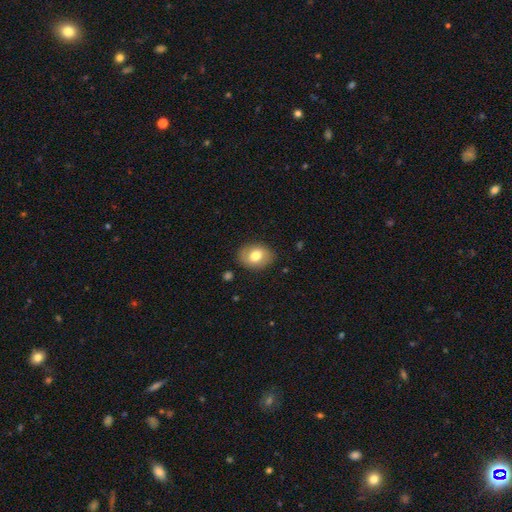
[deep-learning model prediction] Overall: smooth (75%). How rounded: in between (67%; round 32%). Merging: none (85%).